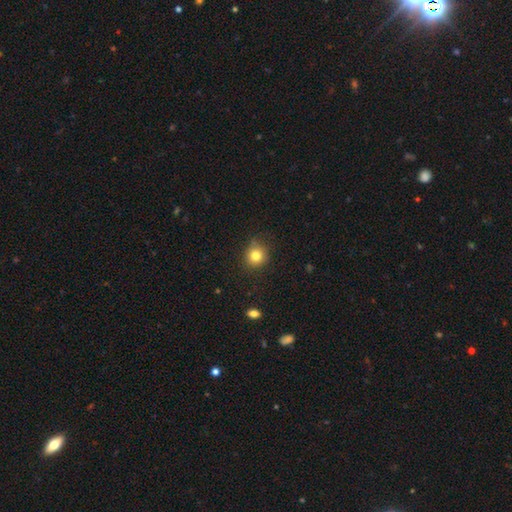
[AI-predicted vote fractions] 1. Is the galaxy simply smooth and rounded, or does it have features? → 81% smooth, 12% star or artifact, 7% featured or disk.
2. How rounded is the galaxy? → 88% round, 11% in between, 1% cigar-shaped.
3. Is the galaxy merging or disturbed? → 85% none, 11% minor disturbance, 3% major disturbance, 2% merger.